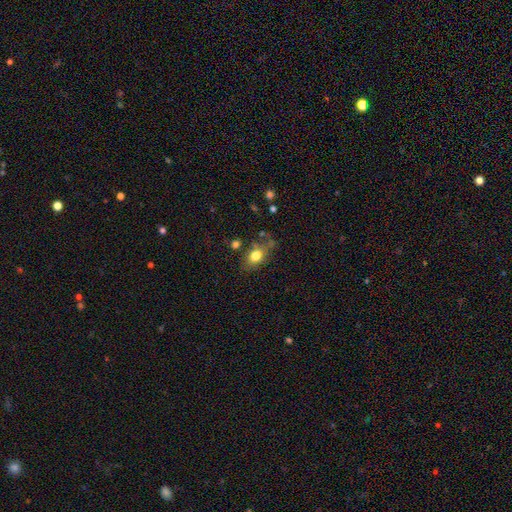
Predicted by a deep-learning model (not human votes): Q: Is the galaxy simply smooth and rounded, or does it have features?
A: smooth — 77%.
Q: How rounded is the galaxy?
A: in between — 75%.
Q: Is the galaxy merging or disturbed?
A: none — 64%.